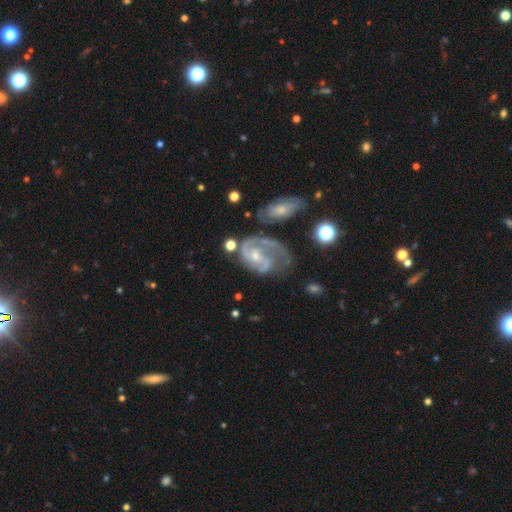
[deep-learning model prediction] smooth_or_featured: featured or disk (p=0.87) [alt: smooth p=0.08]
disk_edge_on: no (p=0.97) [alt: yes p=0.03]
bar: no (p=0.51) [alt: weak p=0.39]
has_spiral_arms: yes (p=0.95) [alt: no p=0.05]
spiral_winding: medium (p=0.52) [alt: tight p=0.29]
spiral_arm_count: 2 (p=0.65) [alt: 1 p=0.13]
bulge_size: small (p=0.59) [alt: moderate p=0.33]
merging: none (p=0.38) [alt: major disturbance p=0.27]